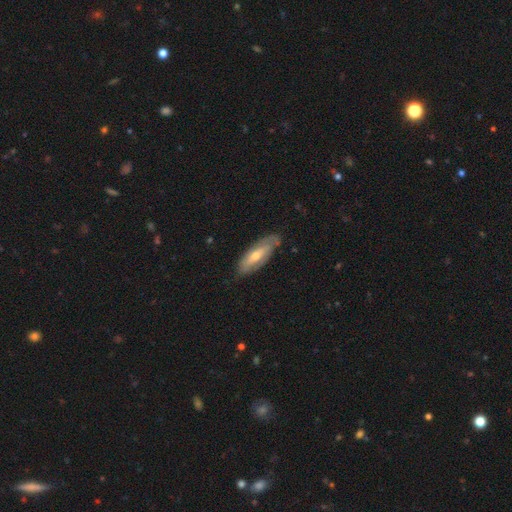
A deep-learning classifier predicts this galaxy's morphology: A featured or disk galaxy (57%).

Vote fractions:
- Smooth or featured? featured or disk: 57% / smooth: 37% / star or artifact: 6%
- Edge-on disk? no: 71% / yes: 29%
- Merging? none: 75% / minor disturbance: 20% / major disturbance: 4% / merger: 1%